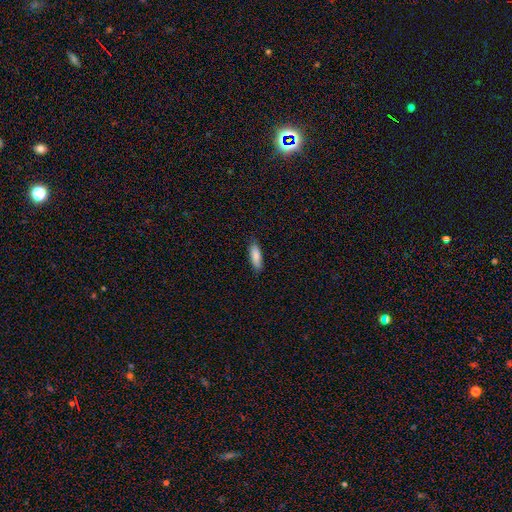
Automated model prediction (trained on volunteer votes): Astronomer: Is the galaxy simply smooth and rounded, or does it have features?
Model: smooth — 85%.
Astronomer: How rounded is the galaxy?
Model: in between — 55% (runner-up: cigar-shaped, 44%).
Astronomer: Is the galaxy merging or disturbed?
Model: none — 86%.